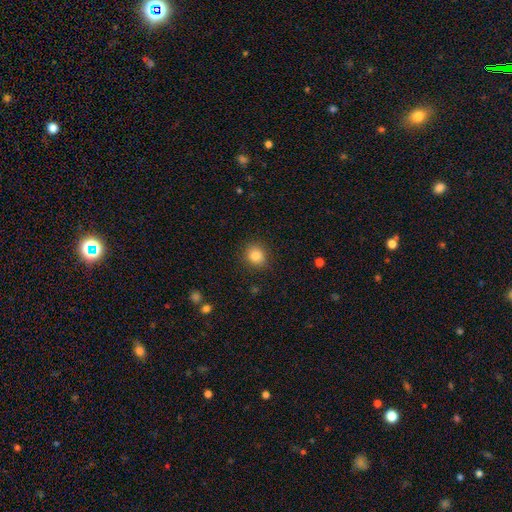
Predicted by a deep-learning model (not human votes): A smooth galaxy with no disk features (84%) that is round (76%). Merging: none (87%).